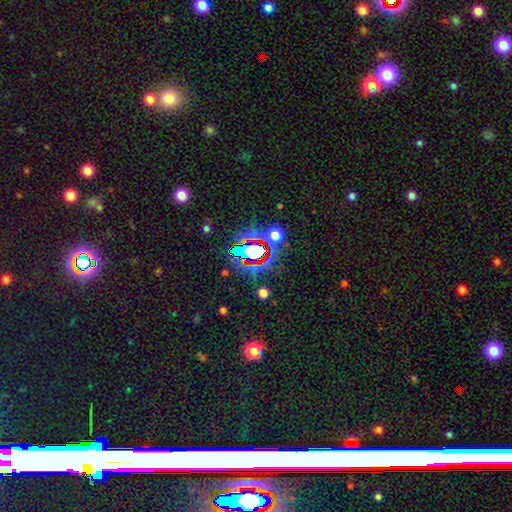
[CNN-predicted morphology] Smooth or featured? star or artifact (64%)